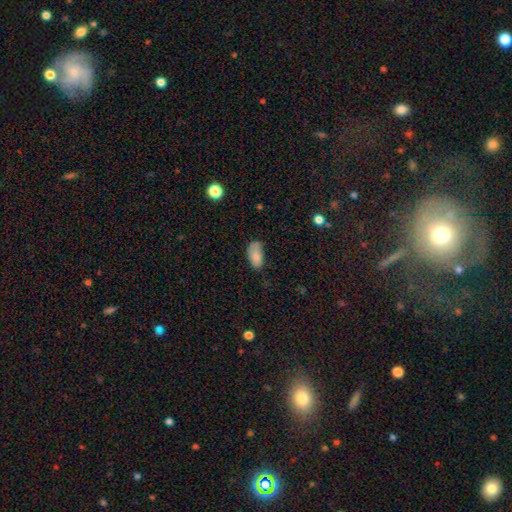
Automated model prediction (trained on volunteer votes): smooth 79%, featured or disk 13%, star or artifact 8%. Down the decision tree: how rounded — in between (93%); merging — none (44%).